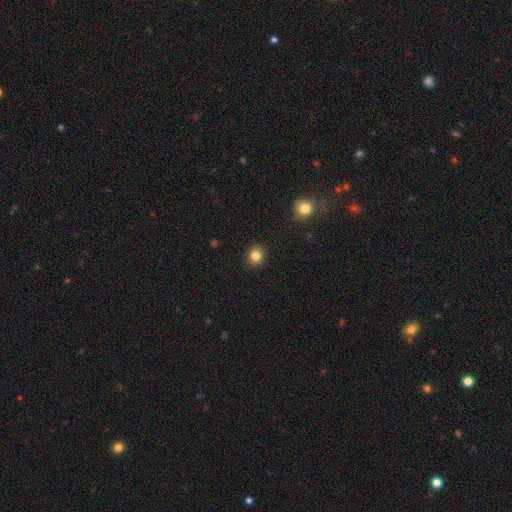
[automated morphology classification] Overall: smooth (84%). How rounded: round (76%). Merging: none (91%).